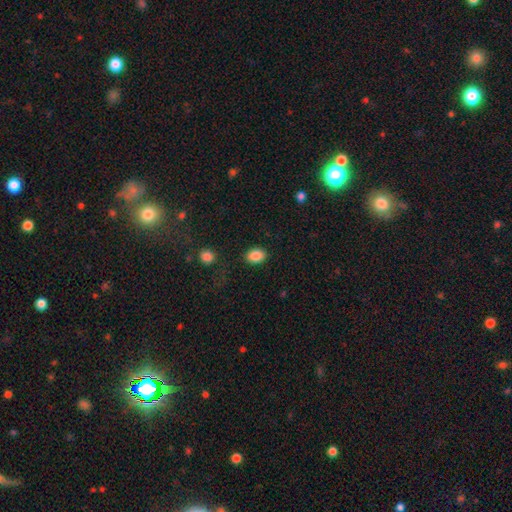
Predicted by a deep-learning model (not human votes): The model was most divided on "how rounded": in between: 71%, round: 28%, cigar-shaped: 1%. More confident: smooth or featured — smooth (87%); merging — none (86%).